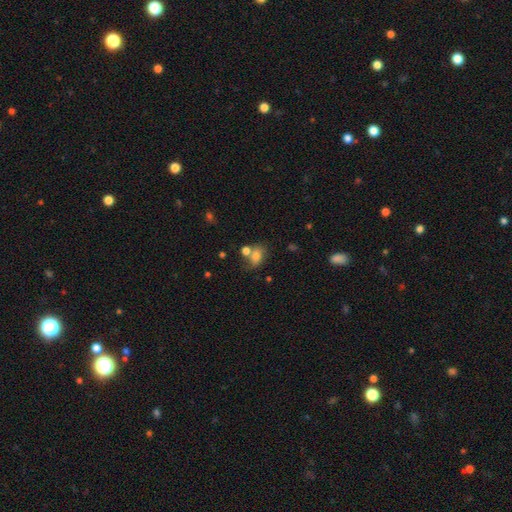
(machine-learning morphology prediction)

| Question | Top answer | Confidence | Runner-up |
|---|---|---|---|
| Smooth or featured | smooth | 75% | featured or disk (13%) |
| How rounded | in between | 79% | round (19%) |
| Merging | none | 47% | merger (29%) |